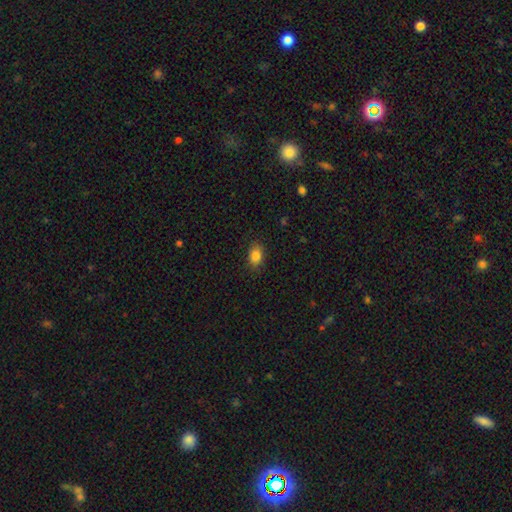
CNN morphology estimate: The model was most divided on "how rounded": in between: 82%, round: 16%, cigar-shaped: 2%. More confident: smooth or featured — smooth (86%); merging — none (85%).